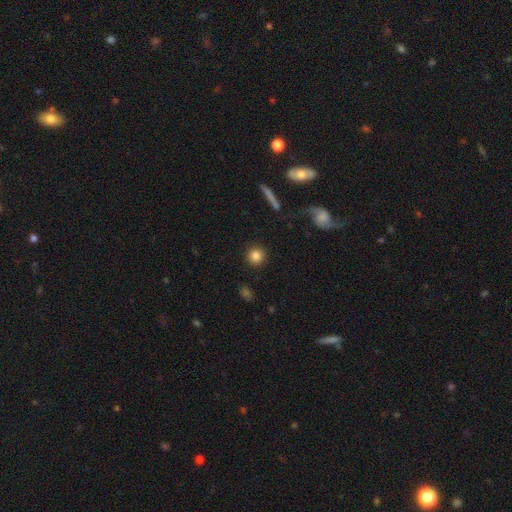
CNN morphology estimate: A smooth galaxy with no disk features (84%) that is round (94%). Merging: none (91%).